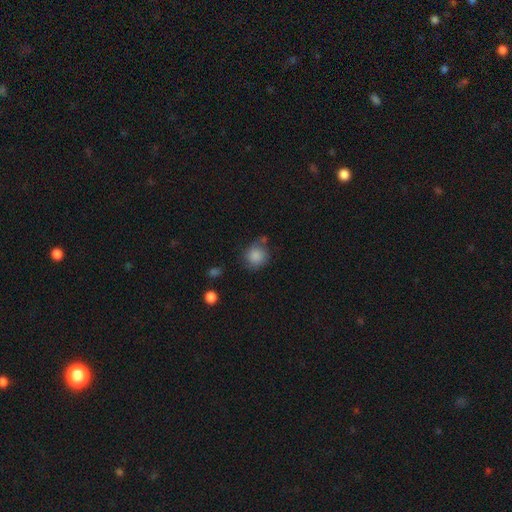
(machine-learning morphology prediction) A smooth galaxy with no disk features (86%) that is round (87%).

Vote fractions:
- Smooth or featured? smooth: 86% / star or artifact: 9% / featured or disk: 5%
- How rounded? round: 87% / in between: 12% / cigar-shaped: 1%
- Merging? none: 67% / minor disturbance: 19% / merger: 8% / major disturbance: 6%